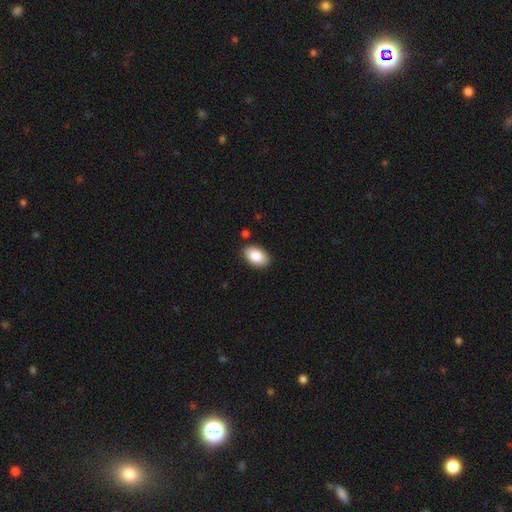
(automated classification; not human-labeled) A smooth galaxy with no disk features (87%) that is in between round and cigar-shaped (92%).

Vote fractions:
- Smooth or featured? smooth: 87% / star or artifact: 7% / featured or disk: 6%
- How rounded? in between: 92% / round: 7% / cigar-shaped: 1%
- Merging? none: 86% / minor disturbance: 9% / merger: 2% / major disturbance: 2%